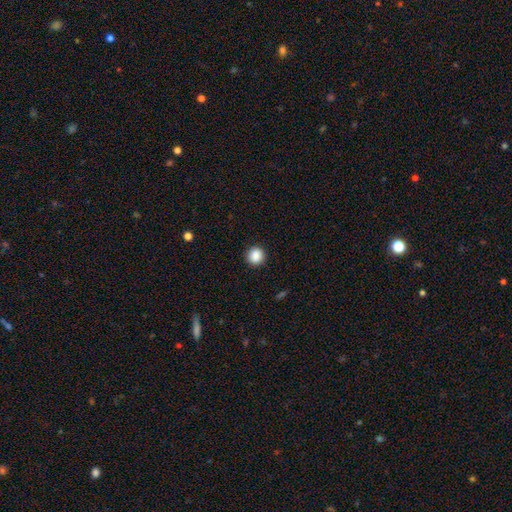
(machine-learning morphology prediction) smooth_or_featured: smooth (p=0.88) [alt: star or artifact p=0.09]
how_rounded: round (p=0.92) [alt: in between p=0.07]
merging: none (p=0.92) [alt: minor disturbance p=0.06]